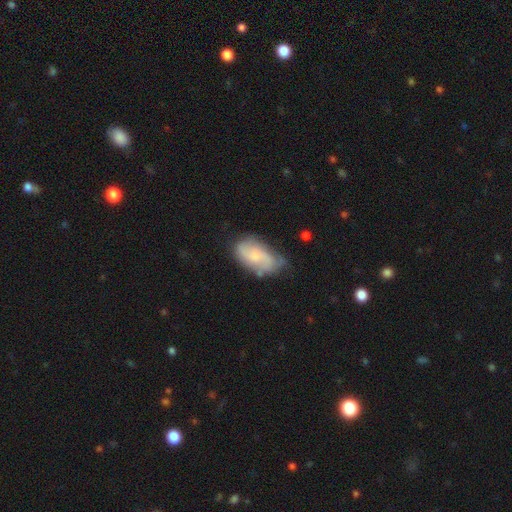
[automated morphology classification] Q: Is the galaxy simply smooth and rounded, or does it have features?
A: featured or disk — 50%.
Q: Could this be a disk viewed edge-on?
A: no — 95%.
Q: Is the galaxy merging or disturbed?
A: none — 52%.